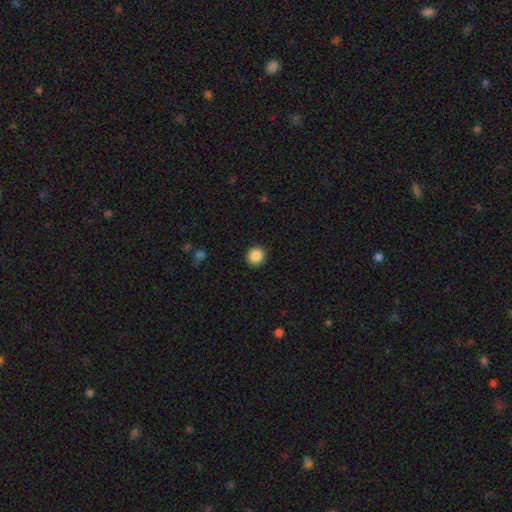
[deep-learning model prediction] The model was most divided on "smooth or featured": smooth: 87%, star or artifact: 9%, featured or disk: 3%. More confident: how rounded — round (92%); merging — none (91%).